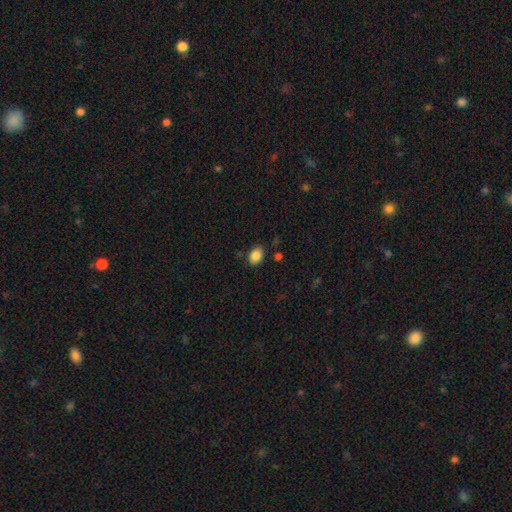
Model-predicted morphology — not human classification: Smooth or featured? Predicted: smooth (p=0.87). How rounded? Predicted: in between (p=0.75). Merging? Predicted: none (p=0.83).